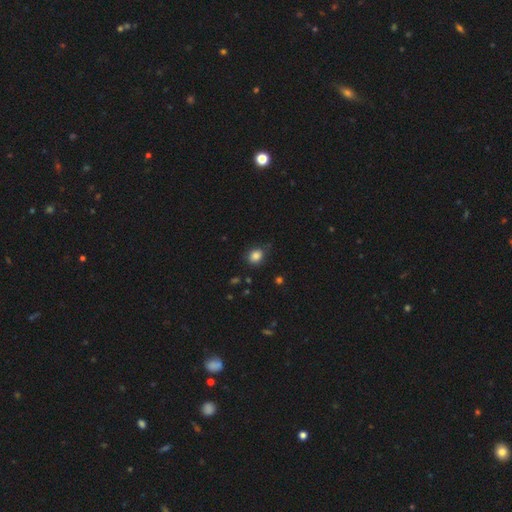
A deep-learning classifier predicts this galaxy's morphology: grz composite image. It shows a smooth galaxy with no disk features (84%) that is round (64%). Merging: none (74%).